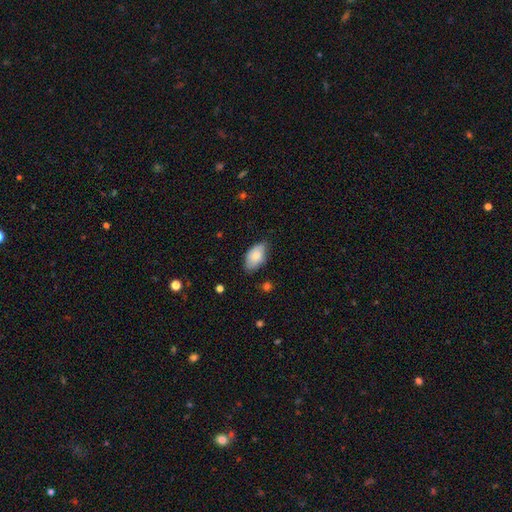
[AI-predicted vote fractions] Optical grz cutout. It shows a smooth galaxy with no disk features (81%) that is in between round and cigar-shaped (94%). Merging: none (72%).